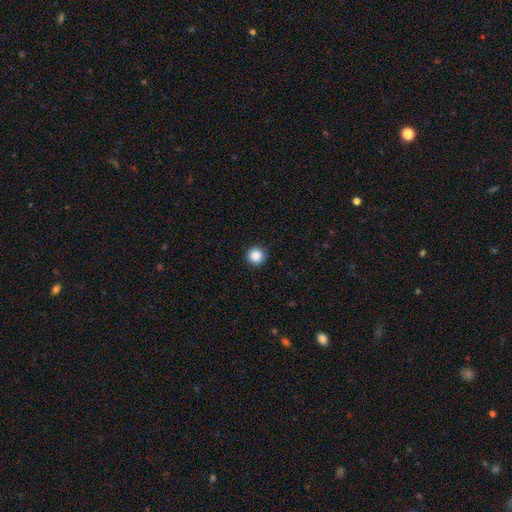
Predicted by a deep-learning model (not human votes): Smooth or featured? Predicted: smooth (p=0.87). How rounded? Predicted: round (p=0.96). Merging? Predicted: none (p=0.92).